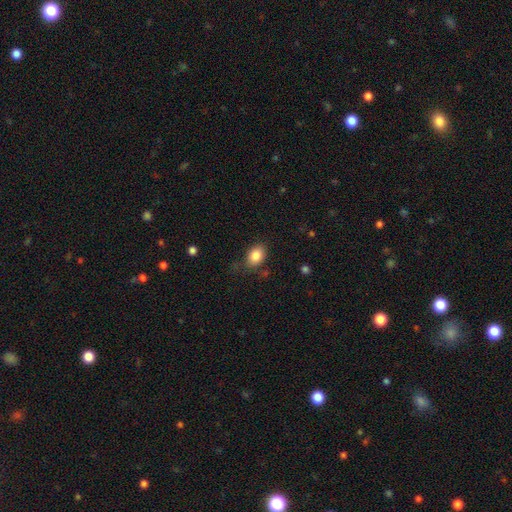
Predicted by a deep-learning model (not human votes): A smooth galaxy with no disk features (85%) that is in between round and cigar-shaped (76%).

Vote fractions:
- Smooth or featured? smooth: 85% / star or artifact: 8% / featured or disk: 7%
- How rounded? in between: 76% / round: 23% / cigar-shaped: 1%
- Merging? none: 75% / minor disturbance: 18% / major disturbance: 5% / merger: 2%